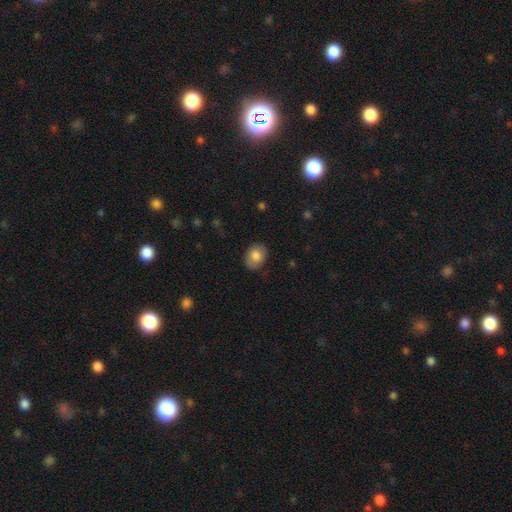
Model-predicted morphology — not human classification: A smooth galaxy with no disk features (80%) that is in between round and cigar-shaped (68%). Merging: none (85%).